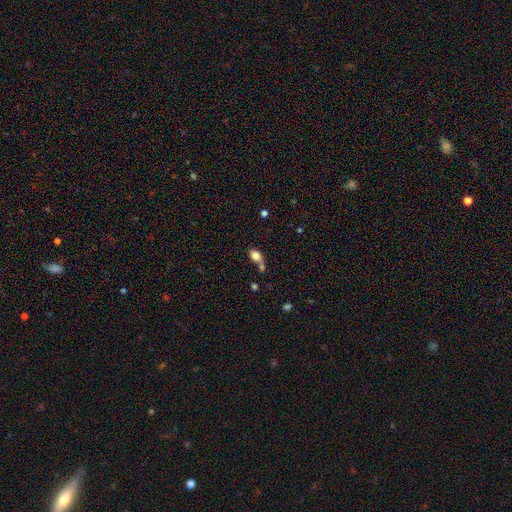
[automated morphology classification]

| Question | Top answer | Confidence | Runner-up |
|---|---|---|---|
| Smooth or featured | smooth | 79% | featured or disk (11%) |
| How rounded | in between | 81% | round (16%) |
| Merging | none | 38% | merger (36%) |